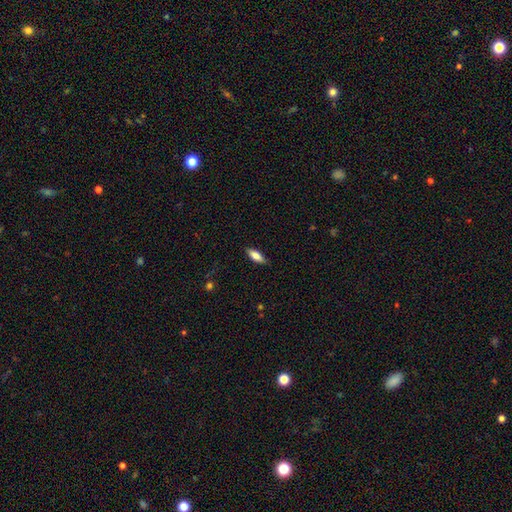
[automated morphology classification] Smooth or featured: smooth — 74% (featured or disk — 19%)
How rounded: in between — 68% (cigar-shaped — 30%)
Merging: none — 86% (minor disturbance — 11%)